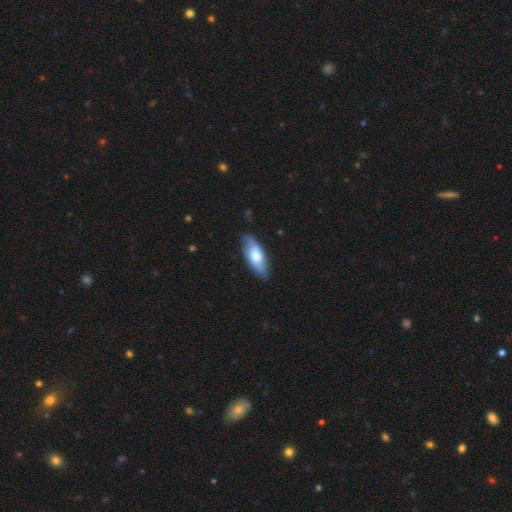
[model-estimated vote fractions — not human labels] Smooth or featured? smooth (60%)
How rounded? in between (64%)
Merging? none (76%)